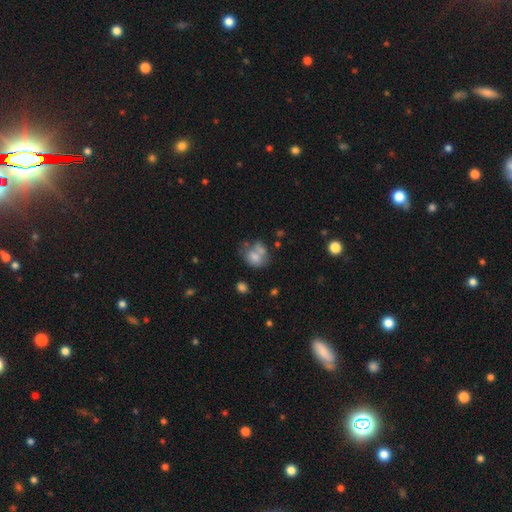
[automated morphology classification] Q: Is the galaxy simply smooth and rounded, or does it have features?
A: smooth — 65%.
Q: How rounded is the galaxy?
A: round — 51%.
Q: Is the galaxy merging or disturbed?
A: merger — 38%.